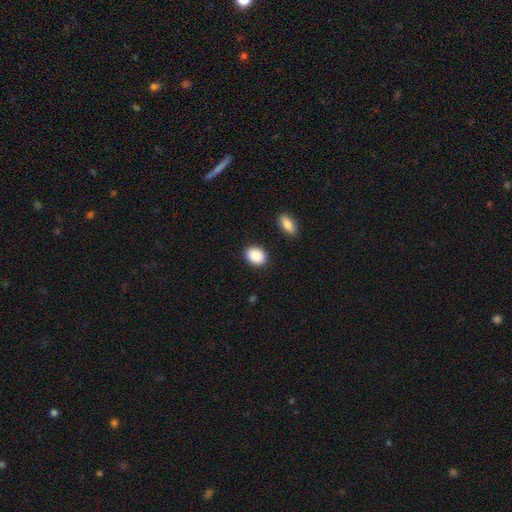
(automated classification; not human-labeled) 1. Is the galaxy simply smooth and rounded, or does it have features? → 90% smooth, 7% star or artifact, 3% featured or disk.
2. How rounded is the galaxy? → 67% in between, 32% round, 1% cigar-shaped.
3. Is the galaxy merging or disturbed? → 87% none, 8% minor disturbance, 2% major disturbance, 2% merger.